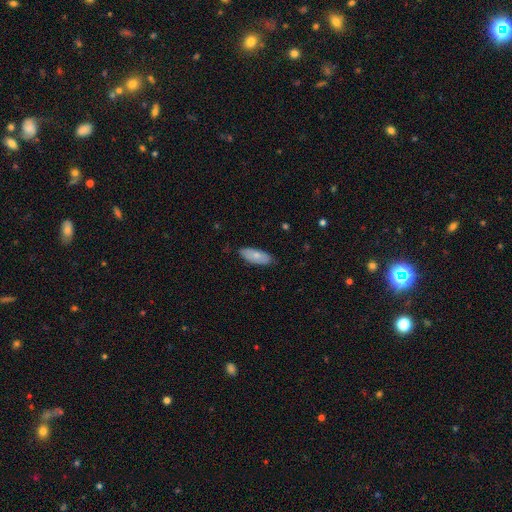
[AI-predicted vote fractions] Morphology: type=smooth (71%); roundness=in between (81%); merging=none (81%).